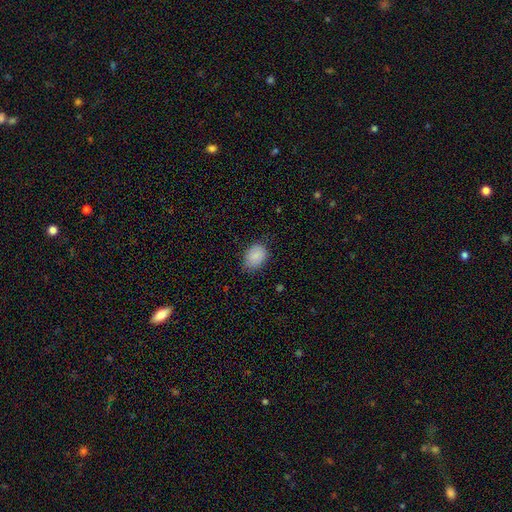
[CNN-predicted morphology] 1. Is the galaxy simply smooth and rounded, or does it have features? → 87% smooth, 7% star or artifact, 6% featured or disk.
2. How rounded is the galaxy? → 76% in between, 23% round, 1% cigar-shaped.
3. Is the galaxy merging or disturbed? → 73% none, 22% minor disturbance, 4% major disturbance, 1% merger.